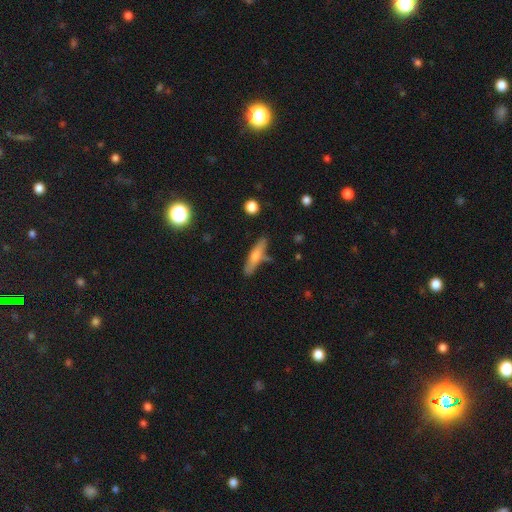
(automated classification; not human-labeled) The model was most divided on "smooth or featured": smooth: 58%, featured or disk: 34%, star or artifact: 7%. More confident: how rounded — cigar-shaped (79%); merging — none (69%).